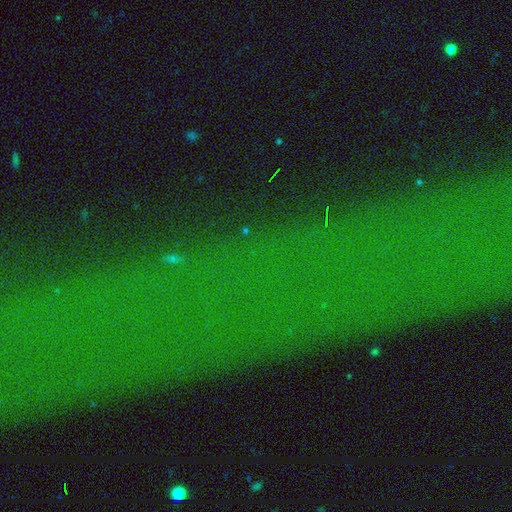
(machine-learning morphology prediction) Q: Smooth or featured?
A: star or artifact (76%); runner-up: featured or disk (12%)